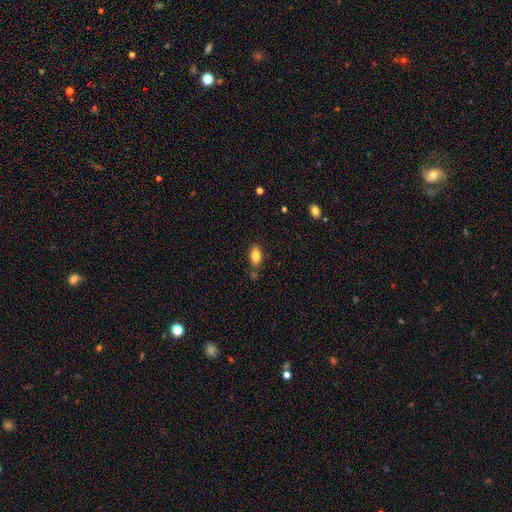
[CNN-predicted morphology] smooth 81%, featured or disk 11%, star or artifact 8%. Down the decision tree: how rounded — in between (88%); merging — none (76%).